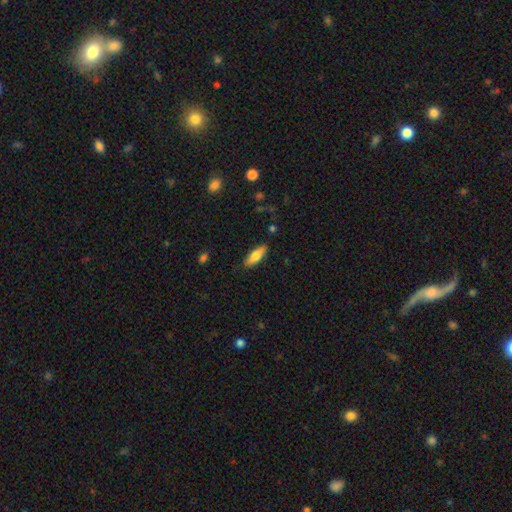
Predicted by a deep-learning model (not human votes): Smooth or featured: smooth — 72% (featured or disk — 21%)
How rounded: in between — 58% (cigar-shaped — 40%)
Merging: none — 85% (minor disturbance — 11%)